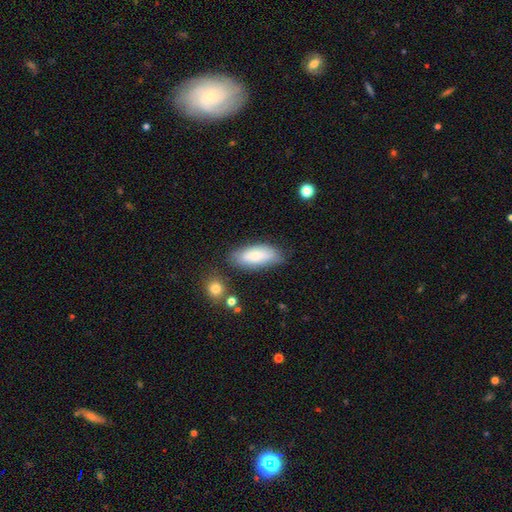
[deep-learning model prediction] Smooth or featured?
  - smooth: 79% *
  - featured or disk: 15%
  - star or artifact: 6%
How rounded?
  - in between: 80% *
  - cigar-shaped: 18%
  - round: 2%
Merging?
  - none: 75% *
  - minor disturbance: 18%
  - major disturbance: 4%
  - merger: 4%